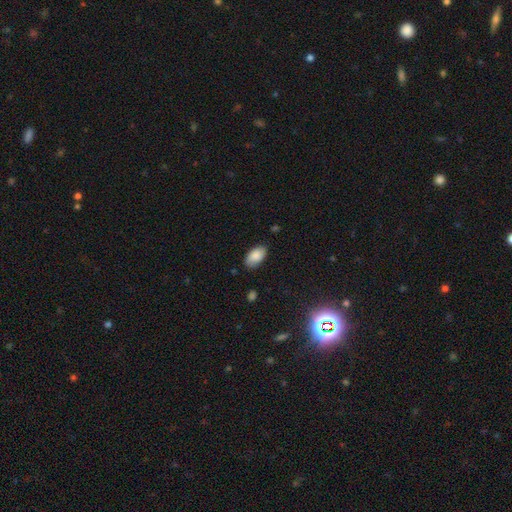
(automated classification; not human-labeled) Morphology: type=smooth (85%); roundness=in between (95%); merging=none (81%).